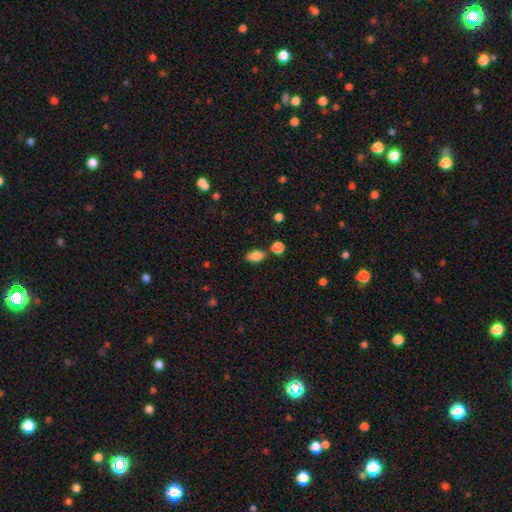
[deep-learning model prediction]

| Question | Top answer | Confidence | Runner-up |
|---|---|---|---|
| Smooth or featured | smooth | 86% | star or artifact (9%) |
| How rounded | in between | 90% | round (7%) |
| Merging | none | 76% | minor disturbance (13%) |